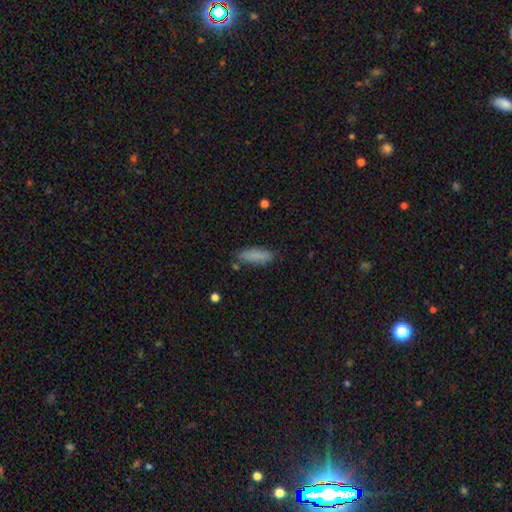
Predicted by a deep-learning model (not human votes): A smooth galaxy with no disk features (85%) that is cigar-shaped (49%, tied with in between). Merging: none (80%).